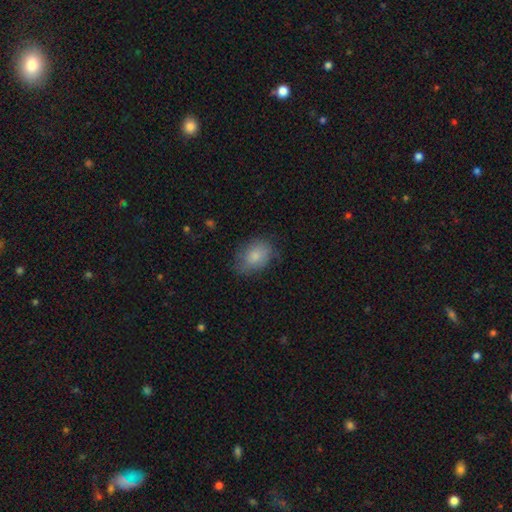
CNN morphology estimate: Overall: smooth (81%). How rounded: in between (74%). Merging: none (68%).